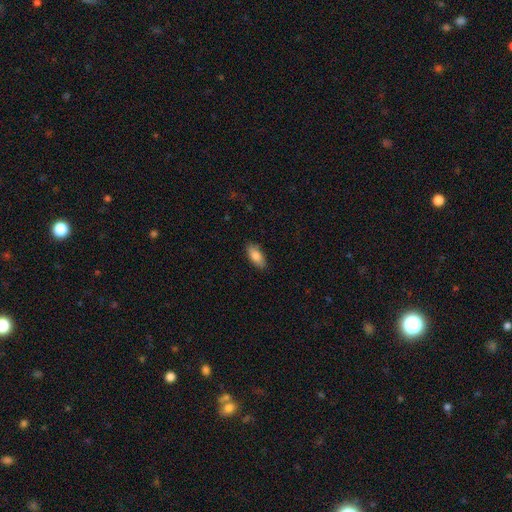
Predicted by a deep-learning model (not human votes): Overall: smooth (83%). How rounded: in between (86%). Merging: none (88%).